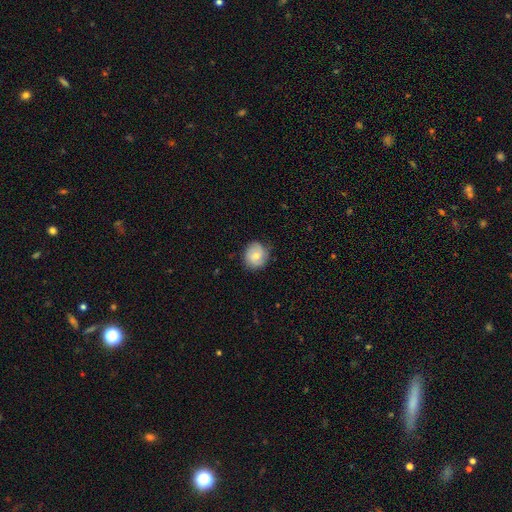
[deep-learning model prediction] A smooth galaxy with no disk features (57%) that is round (80%).

Vote fractions:
- Smooth or featured? smooth: 57% / featured or disk: 35% / star or artifact: 7%
- How rounded? round: 80% / in between: 19% / cigar-shaped: 1%
- Merging? none: 77% / minor disturbance: 18% / major disturbance: 4% / merger: 1%